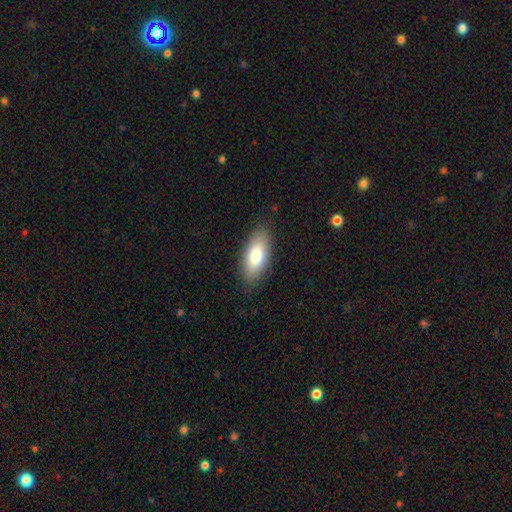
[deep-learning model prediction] Smooth or featured? smooth (78%)
How rounded? in between (86%)
Merging? none (87%)